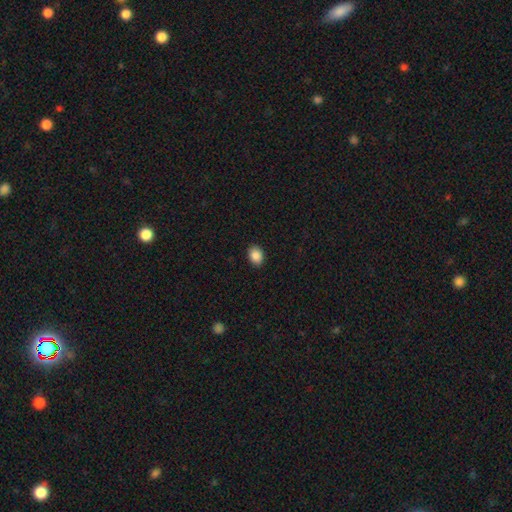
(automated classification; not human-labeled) Smooth or featured? smooth (88%)
How rounded? in between (68%)
Merging? none (90%)